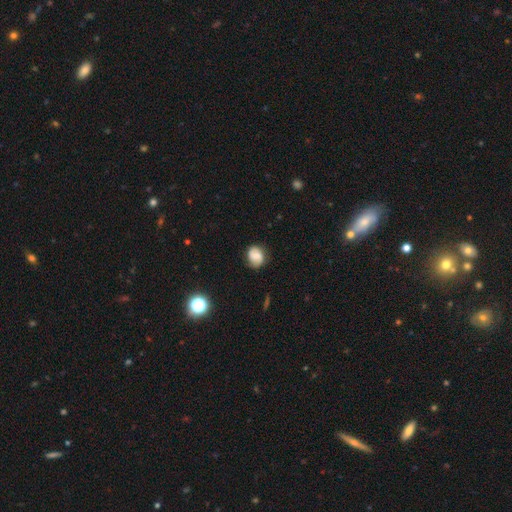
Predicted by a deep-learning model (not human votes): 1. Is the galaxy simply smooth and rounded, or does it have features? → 45% smooth (tied), 45% featured or disk (tied), 10% star or artifact.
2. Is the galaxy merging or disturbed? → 74% none, 19% minor disturbance, 5% major disturbance, 2% merger.